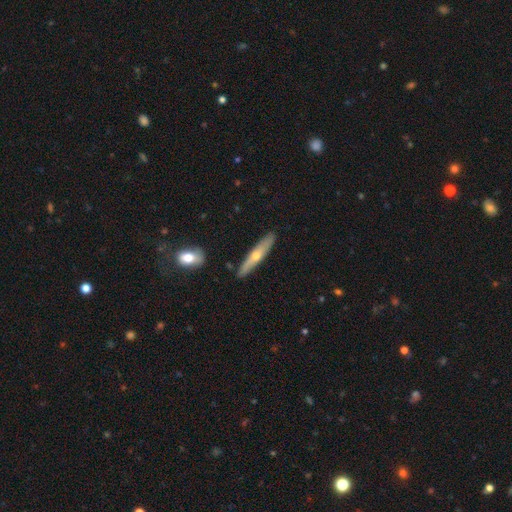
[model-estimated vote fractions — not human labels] This appears to be a featured or disk galaxy (50%). Merging: none (88%).